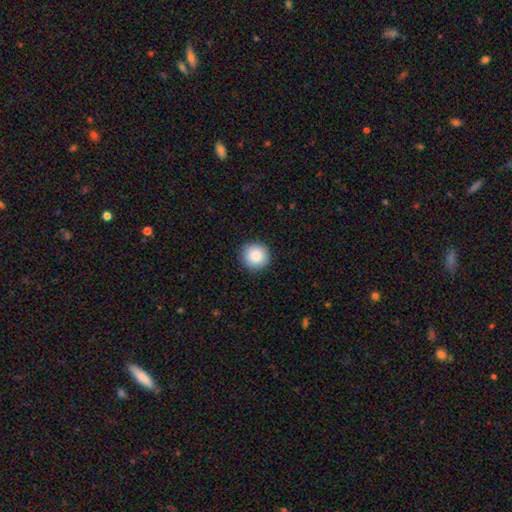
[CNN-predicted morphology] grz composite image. It shows a smooth galaxy with no disk features (87%) that is round (93%). Merging: none (90%).